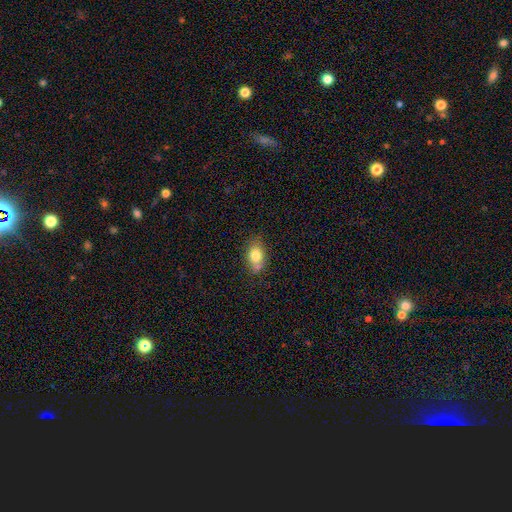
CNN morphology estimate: smooth_or_featured: smooth (p=0.78) [alt: featured or disk p=0.13]
how_rounded: in between (p=0.73) [alt: round p=0.25]
merging: none (p=0.57) [alt: minor disturbance p=0.22]